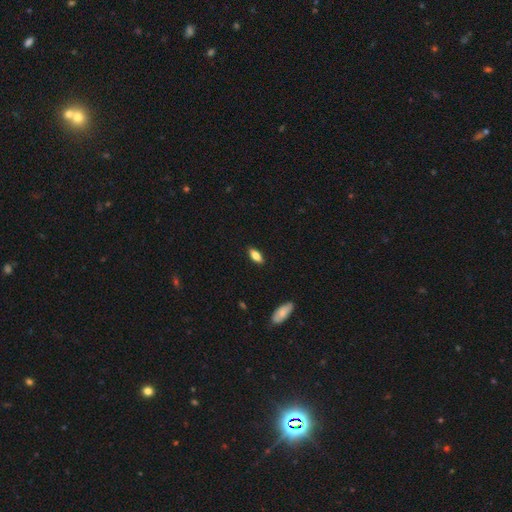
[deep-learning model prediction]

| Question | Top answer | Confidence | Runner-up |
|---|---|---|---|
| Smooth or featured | smooth | 77% | featured or disk (16%) |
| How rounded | in between | 80% | cigar-shaped (17%) |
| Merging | none | 88% | minor disturbance (9%) |